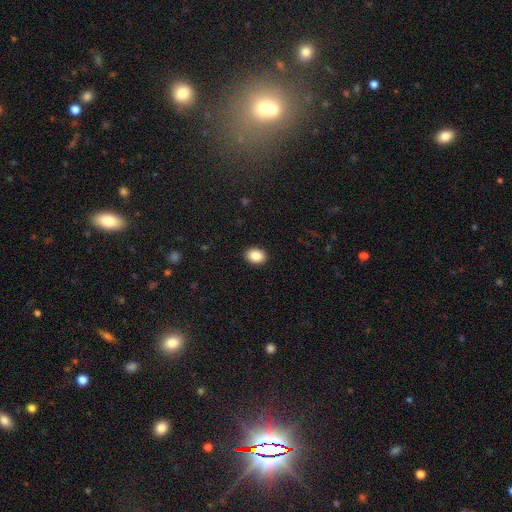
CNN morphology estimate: Smooth or featured? Predicted: smooth (p=0.87). How rounded? Predicted: in between (p=0.70). Merging? Predicted: none (p=0.91).